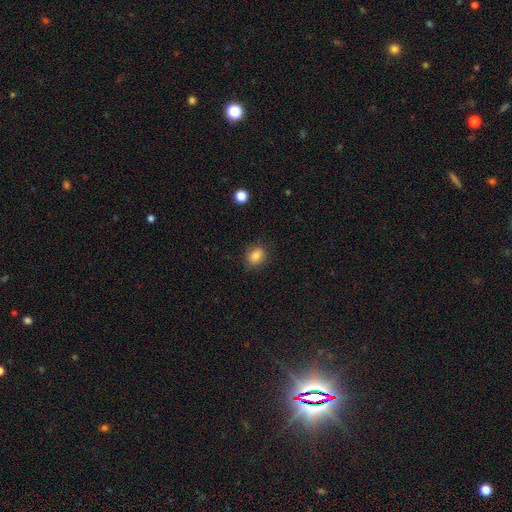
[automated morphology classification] Q: Smooth or featured?
A: smooth (84%); runner-up: star or artifact (10%)
Q: How rounded?
A: in between (50%); runner-up: round (48%)
Q: Merging?
A: none (84%); runner-up: minor disturbance (12%)